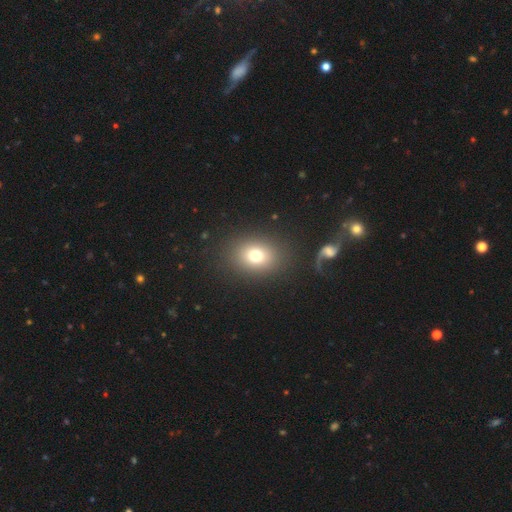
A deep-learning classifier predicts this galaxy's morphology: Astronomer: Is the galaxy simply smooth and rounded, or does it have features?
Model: smooth — 73%.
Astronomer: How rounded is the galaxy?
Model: in between — 50% (runner-up: round, 49%).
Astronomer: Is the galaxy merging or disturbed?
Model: none — 85%.